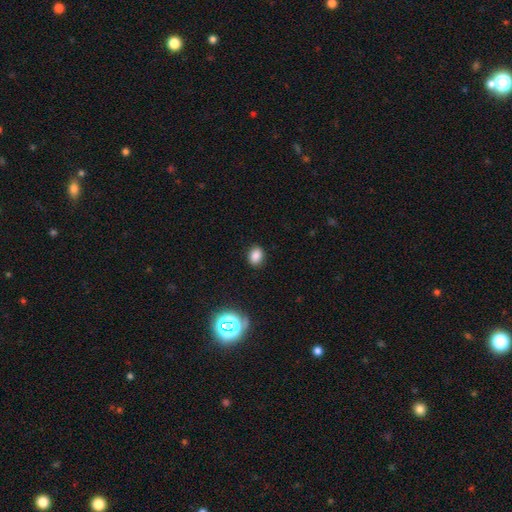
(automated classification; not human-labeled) Morphology: type=smooth (82%); roundness=in between (65%); merging=none (88%).